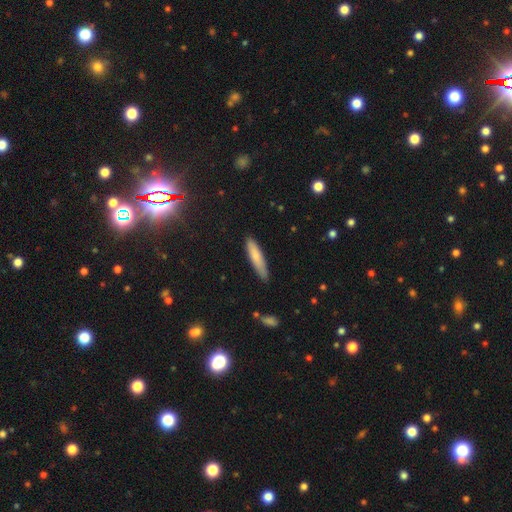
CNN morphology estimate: Smooth or featured? smooth (74%)
How rounded? cigar-shaped (84%)
Merging? none (85%)